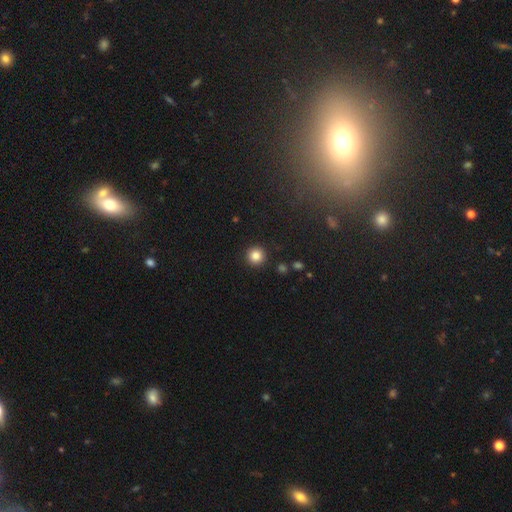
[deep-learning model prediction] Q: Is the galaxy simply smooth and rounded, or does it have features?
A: smooth — 84%.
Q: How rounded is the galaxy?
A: round — 95%.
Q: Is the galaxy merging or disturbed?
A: none — 92%.